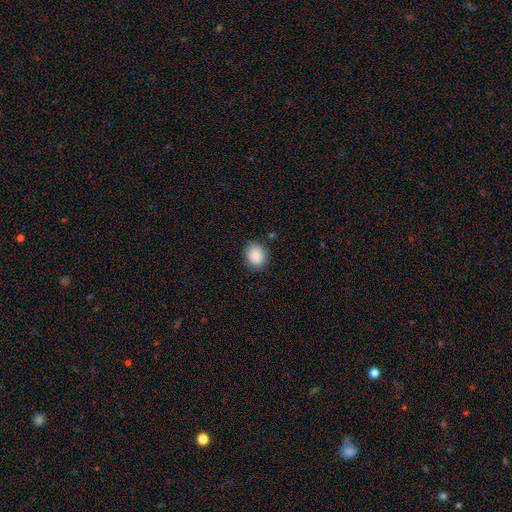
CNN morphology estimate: Smooth or featured? Predicted: smooth (p=0.88). How rounded? Predicted: round (p=0.65). Merging? Predicted: none (p=0.84).